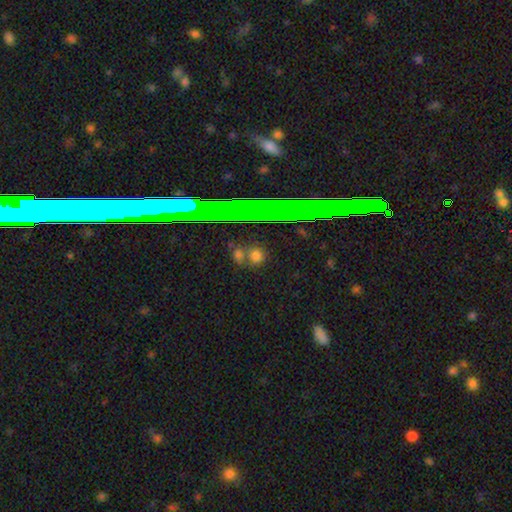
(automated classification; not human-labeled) Morphology: type=smooth (59%); roundness=round (88%); merging=none (80%).